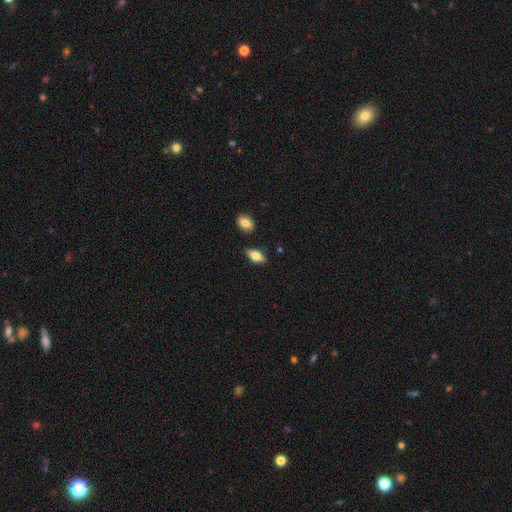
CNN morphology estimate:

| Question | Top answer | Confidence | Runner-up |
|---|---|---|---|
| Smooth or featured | smooth | 63% | featured or disk (29%) |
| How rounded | in between | 82% | cigar-shaped (13%) |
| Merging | none | 84% | minor disturbance (11%) |